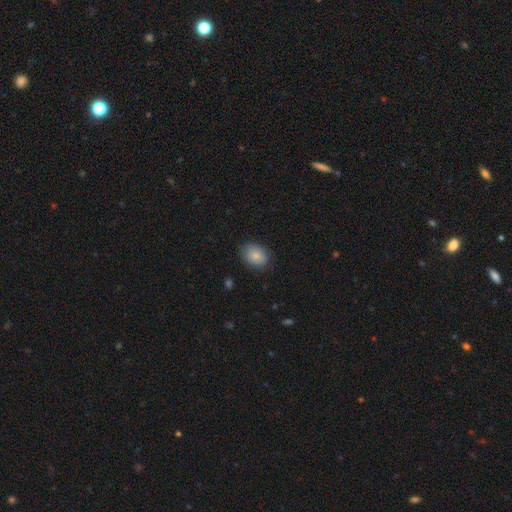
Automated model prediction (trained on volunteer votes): This appears to be a smooth galaxy with no disk features (83%) that is in between round and cigar-shaped (68%). Merging: none (80%).